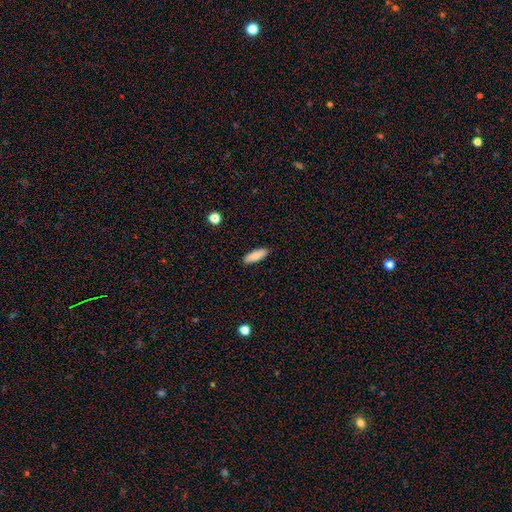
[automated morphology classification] This is clearly a smooth galaxy (87%). How rounded: possibly in between (55%). Merging: clearly none (89%).